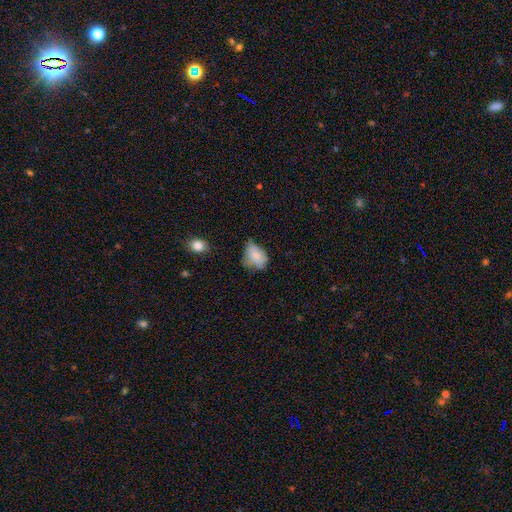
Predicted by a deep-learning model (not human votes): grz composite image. It shows a smooth galaxy with no disk features (74%) that is in between round and cigar-shaped (70%). Merging: minor disturbance (42%).